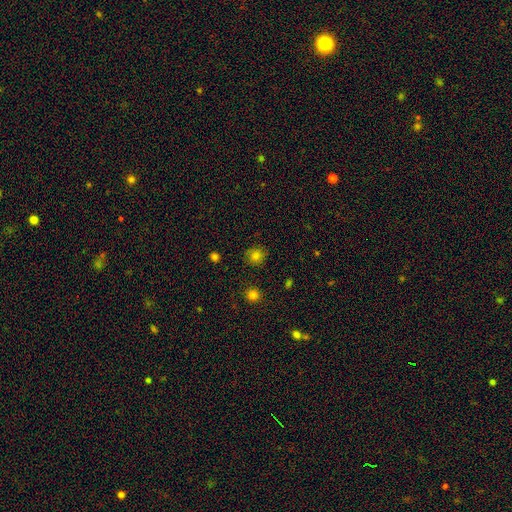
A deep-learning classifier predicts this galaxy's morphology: A smooth galaxy with no disk features (78%) that is round (86%).

Vote fractions:
- Smooth or featured? smooth: 78% / star or artifact: 15% / featured or disk: 7%
- How rounded? round: 86% / in between: 13% / cigar-shaped: 1%
- Merging? none: 84% / minor disturbance: 11% / major disturbance: 3% / merger: 1%